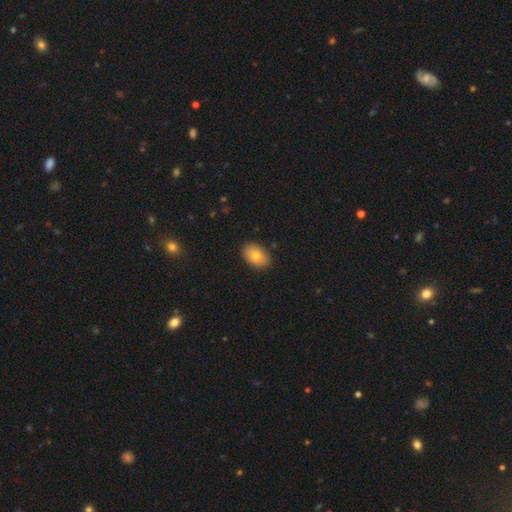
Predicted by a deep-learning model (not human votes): smooth 78%, featured or disk 14%, star or artifact 8%. Down the decision tree: how rounded — in between (84%); merging — none (87%).